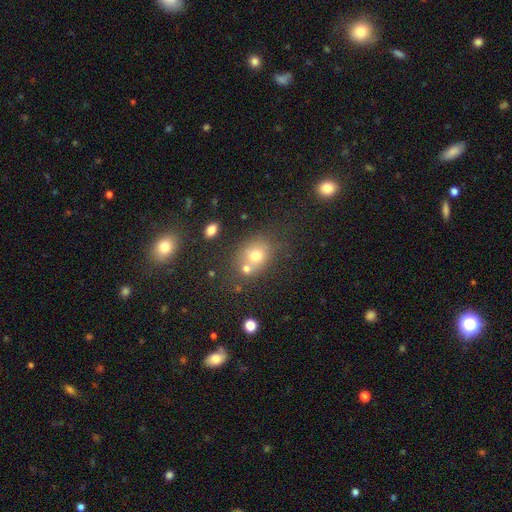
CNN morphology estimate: Overall: smooth (68%). How rounded: round (59%; in between 40%). Merging: none (50%; merger 33%).